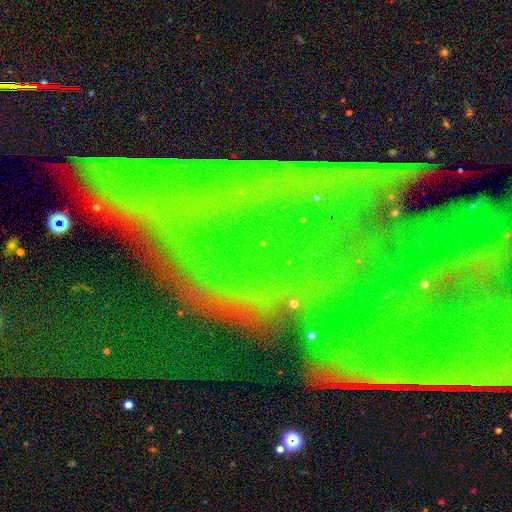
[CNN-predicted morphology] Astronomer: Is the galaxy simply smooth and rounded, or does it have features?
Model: star or artifact — 77%.